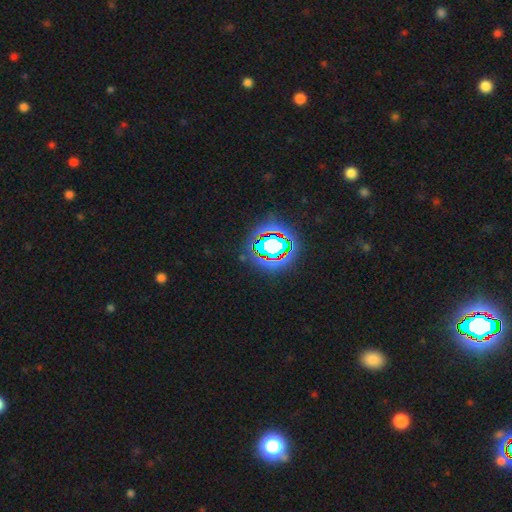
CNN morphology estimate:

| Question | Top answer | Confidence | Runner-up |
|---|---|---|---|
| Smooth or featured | star or artifact | 83% | smooth (10%) |